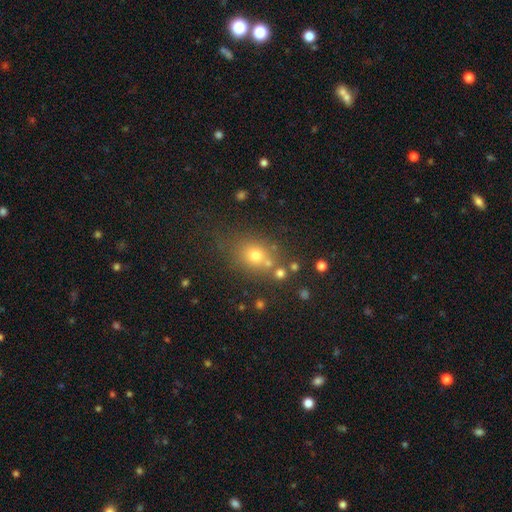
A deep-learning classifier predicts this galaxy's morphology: smooth_or_featured: smooth (p=0.65) [alt: star or artifact p=0.22]
how_rounded: round (p=0.62) [alt: in between p=0.36]
merging: none (p=0.66) [alt: merger p=0.14]